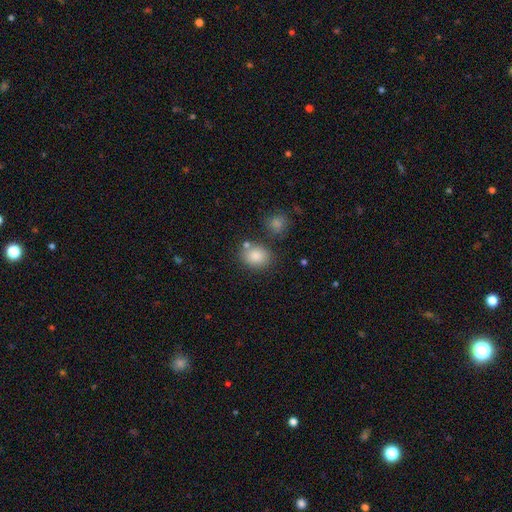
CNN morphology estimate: smooth-or-featured: smooth: 84% | star or artifact: 9% | featured or disk: 7%
  how-rounded: in between: 51% | round: 48% | cigar-shaped: 1%
  merging: none: 71% | minor disturbance: 13% | merger: 12% | major disturbance: 4%